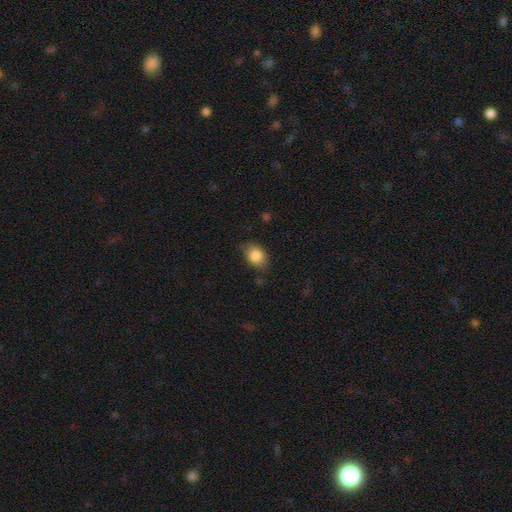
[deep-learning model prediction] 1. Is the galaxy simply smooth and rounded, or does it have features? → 85% smooth, 8% star or artifact, 7% featured or disk.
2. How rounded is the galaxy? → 68% in between, 31% round, 1% cigar-shaped.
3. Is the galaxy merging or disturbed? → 71% none, 22% minor disturbance, 5% major disturbance, 2% merger.